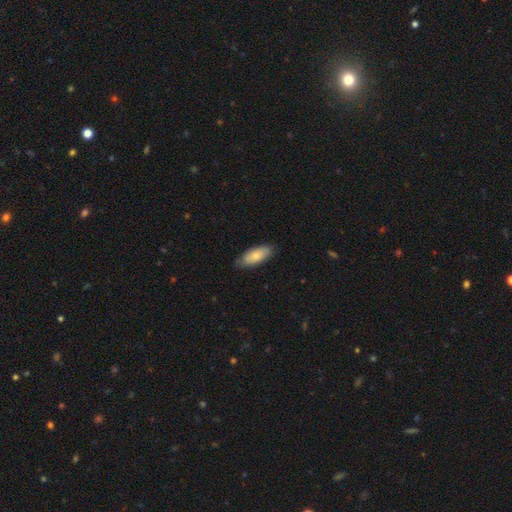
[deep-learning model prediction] A smooth galaxy with no disk features (76%) that is in between round and cigar-shaped (81%). Merging: none (80%).